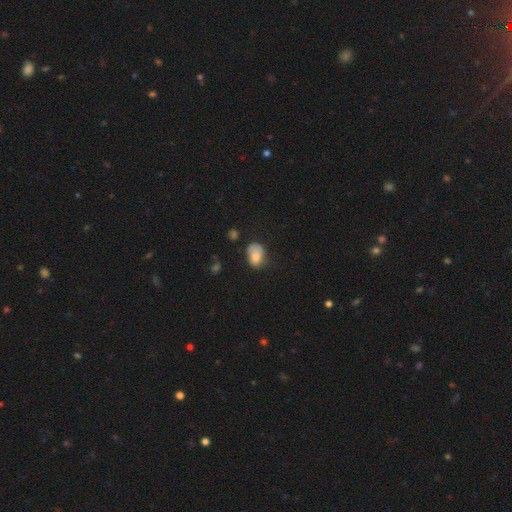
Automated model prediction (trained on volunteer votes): smooth_or_featured: smooth (p=0.76) [alt: featured or disk p=0.15]
how_rounded: in between (p=0.75) [alt: round p=0.24]
merging: none (p=0.44) [alt: minor disturbance p=0.37]